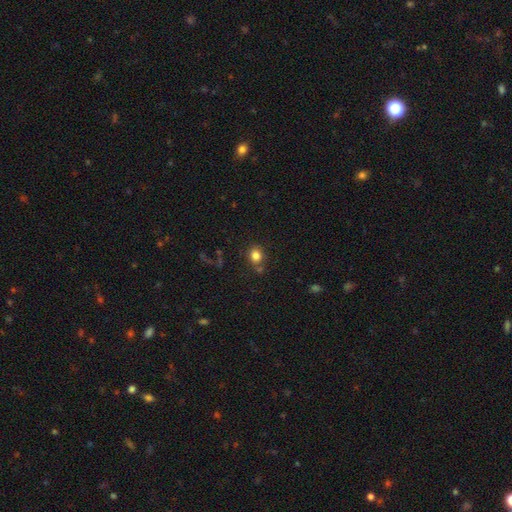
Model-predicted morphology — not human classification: Smooth or featured: smooth — 82% (star or artifact — 12%)
How rounded: round — 69% (in between — 30%)
Merging: none — 75% (minor disturbance — 12%)